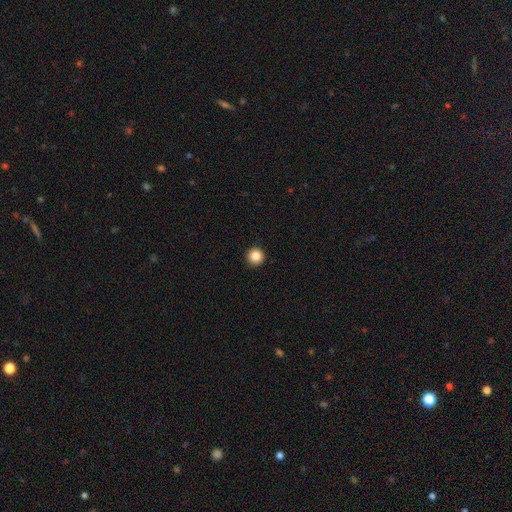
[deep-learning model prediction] Smooth or featured?
  - smooth: 85% *
  - star or artifact: 11%
  - featured or disk: 5%
How rounded?
  - round: 96% *
  - in between: 3%
  - cigar-shaped: 1%
Merging?
  - none: 94% *
  - minor disturbance: 4%
  - major disturbance: 1%
  - merger: 1%